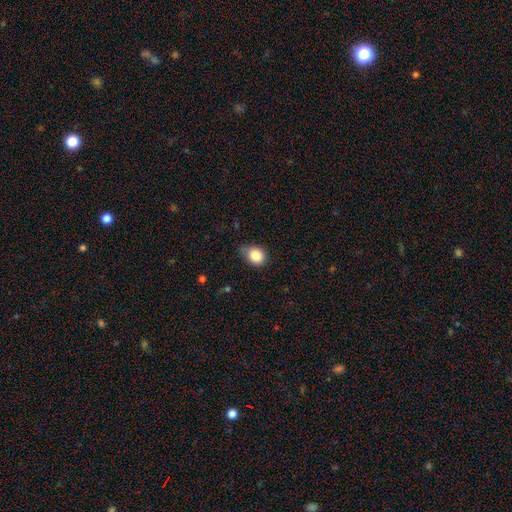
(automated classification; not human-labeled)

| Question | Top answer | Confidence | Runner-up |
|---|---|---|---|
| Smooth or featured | smooth | 87% | star or artifact (9%) |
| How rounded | round | 52% | in between (47%) |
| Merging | none | 56% | minor disturbance (34%) |